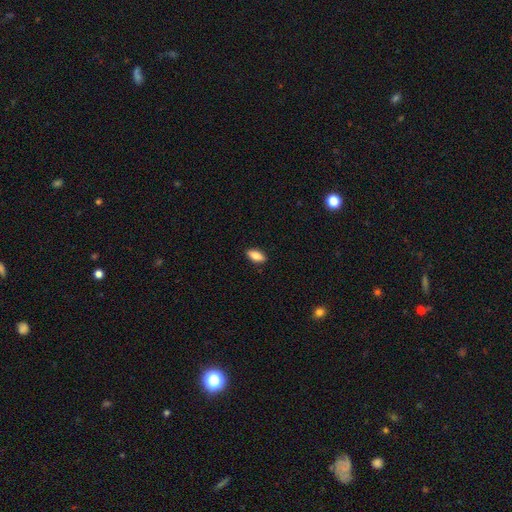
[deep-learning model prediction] Smooth or featured?
  - smooth: 79% *
  - featured or disk: 14%
  - star or artifact: 7%
How rounded?
  - in between: 85% *
  - cigar-shaped: 12%
  - round: 3%
Merging?
  - none: 89% *
  - minor disturbance: 8%
  - major disturbance: 2%
  - merger: 1%